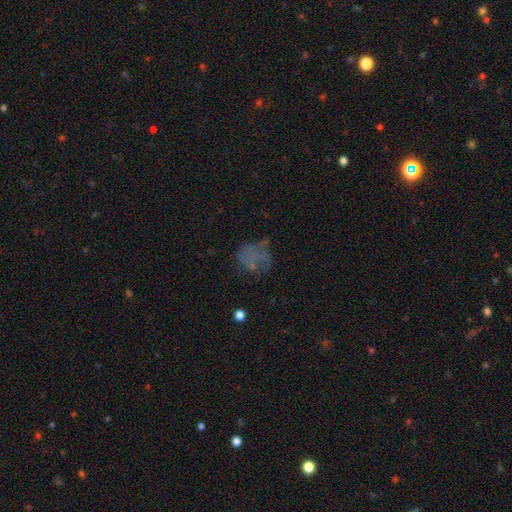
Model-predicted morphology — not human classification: smooth_or_featured: smooth (p=0.42) [alt: featured or disk p=0.32]
merging: none (p=0.51) [alt: major disturbance p=0.25]